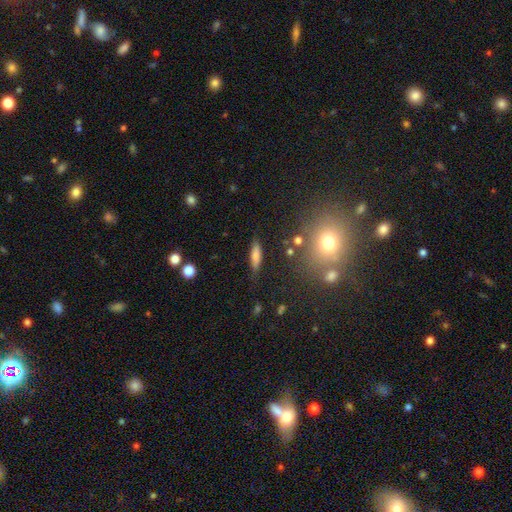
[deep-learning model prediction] This is likely a smooth galaxy (72%). How rounded: likely cigar-shaped (62%). Merging: clearly none (81%).